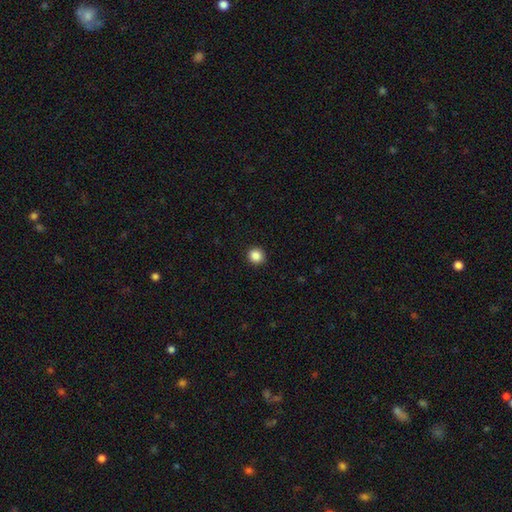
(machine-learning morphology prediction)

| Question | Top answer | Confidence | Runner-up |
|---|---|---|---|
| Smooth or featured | smooth | 87% | star or artifact (10%) |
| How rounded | round | 91% | in between (8%) |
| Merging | none | 92% | minor disturbance (5%) |